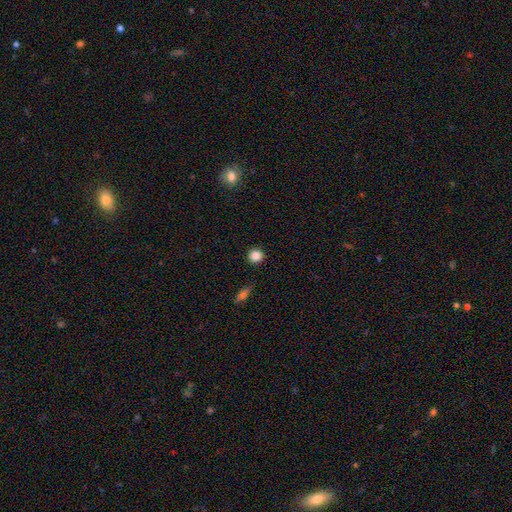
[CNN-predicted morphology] smooth 85%, star or artifact 10%, featured or disk 5%. Down the decision tree: how rounded — round (93%); merging — none (91%).